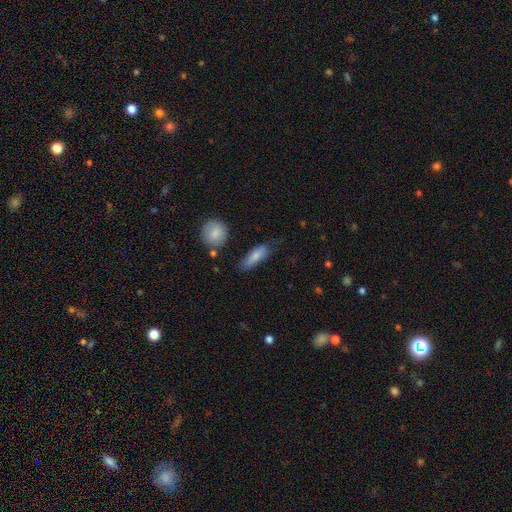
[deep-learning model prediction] smooth_or_featured: smooth (p=0.81) [alt: featured or disk p=0.13]
how_rounded: in between (p=0.55) [alt: cigar-shaped p=0.41]
merging: none (p=0.68) [alt: minor disturbance p=0.22]